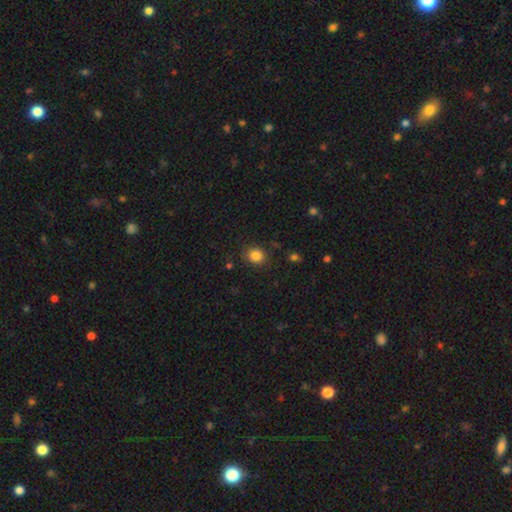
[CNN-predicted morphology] smooth-or-featured: smooth: 84% | star or artifact: 11% | featured or disk: 5%
  how-rounded: round: 71% | in between: 28% | cigar-shaped: 1%
  merging: none: 84% | minor disturbance: 11% | major disturbance: 3% | merger: 2%